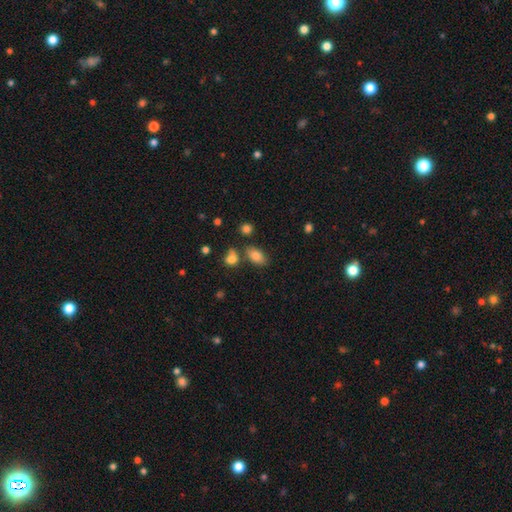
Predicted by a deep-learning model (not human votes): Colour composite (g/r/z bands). It shows a smooth galaxy with no disk features (81%) that is in between round and cigar-shaped (89%). Merging: none (70%).